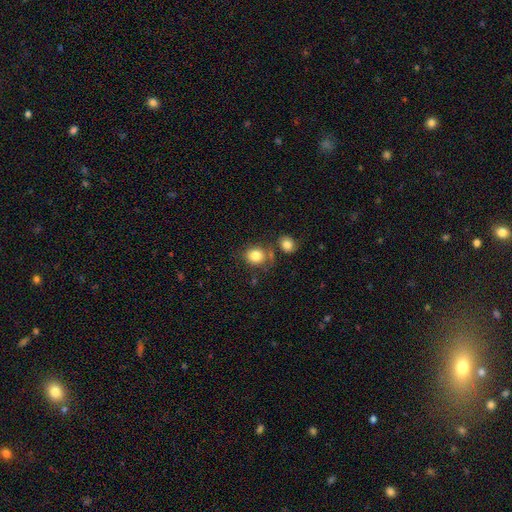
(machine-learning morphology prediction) This is clearly a smooth galaxy (83%). How rounded: likely round (72%). Merging: likely none (64%).